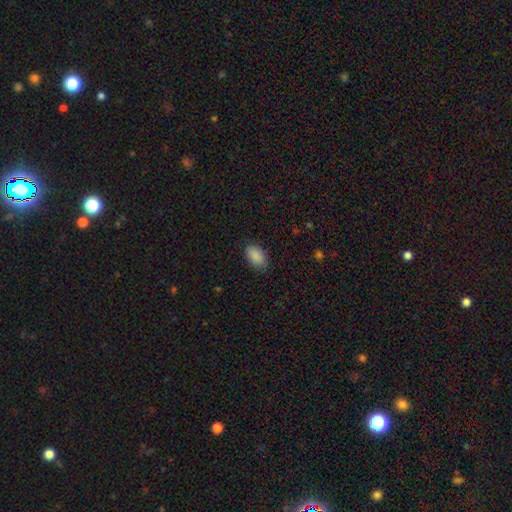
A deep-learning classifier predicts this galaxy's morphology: Smooth or featured?
  - smooth: 89% *
  - star or artifact: 7%
  - featured or disk: 3%
How rounded?
  - in between: 92% *
  - round: 6%
  - cigar-shaped: 1%
Merging?
  - none: 85% *
  - minor disturbance: 11%
  - major disturbance: 3%
  - merger: 1%